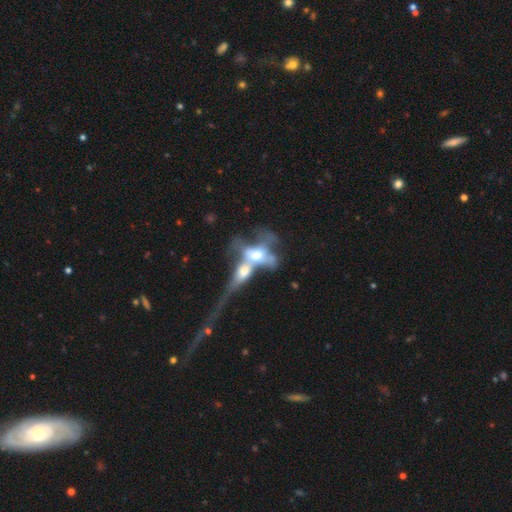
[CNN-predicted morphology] The model was most divided on "smooth or featured": featured or disk: 55%, smooth: 35%, star or artifact: 10%. More confident: edge-on disk — no (79%); merging — merger (74%).